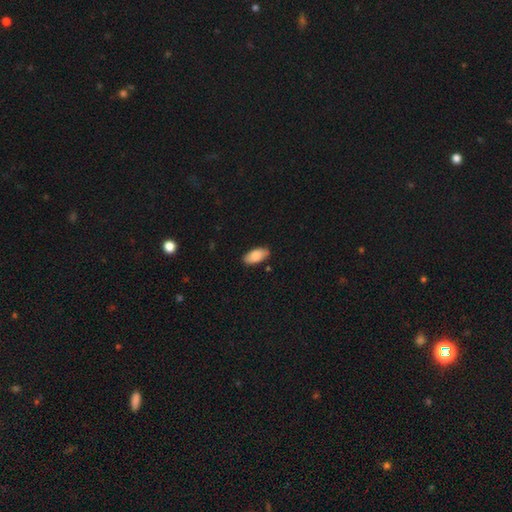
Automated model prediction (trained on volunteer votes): This appears to be a smooth galaxy with no disk features (84%) that is in between round and cigar-shaped (92%). Merging: none (87%).